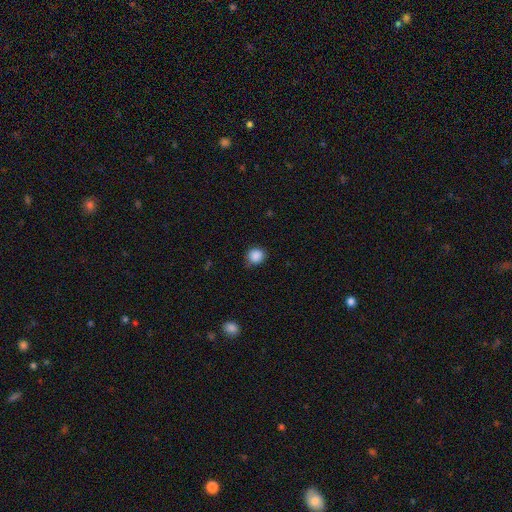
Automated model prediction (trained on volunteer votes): Smooth or featured? Predicted: smooth (p=0.87). How rounded? Predicted: round (p=0.86). Merging? Predicted: none (p=0.80).